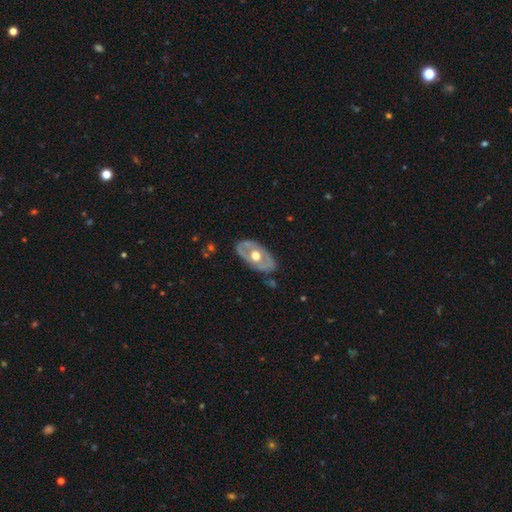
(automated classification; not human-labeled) featured or disk 66%, smooth 30%, star or artifact 4%. Down the decision tree: edge-on disk — no (88%); bar — no (87%); spiral arms — no (78%); bulge size — moderate (64%); merging — none (78%).